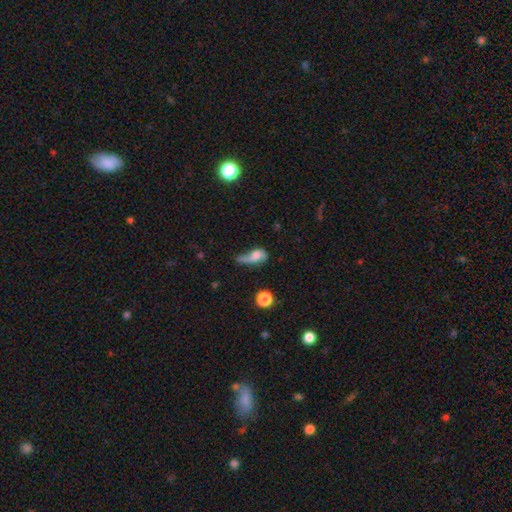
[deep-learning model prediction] Smooth or featured? smooth (49%)
Merging? major disturbance (40%)